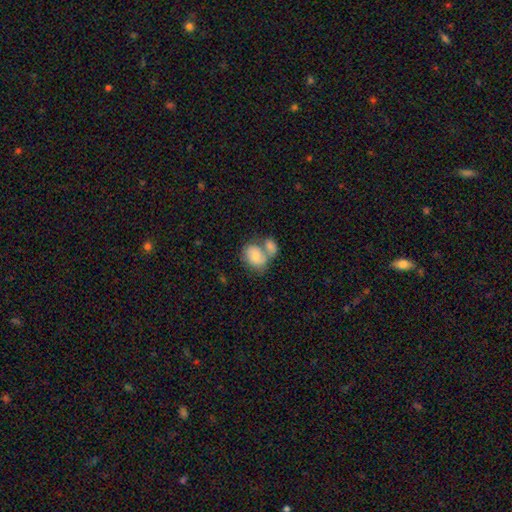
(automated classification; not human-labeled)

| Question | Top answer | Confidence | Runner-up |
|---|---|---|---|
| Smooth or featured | smooth | 70% | featured or disk (23%) |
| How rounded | in between | 61% | round (38%) |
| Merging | merger | 62% | none (22%) |